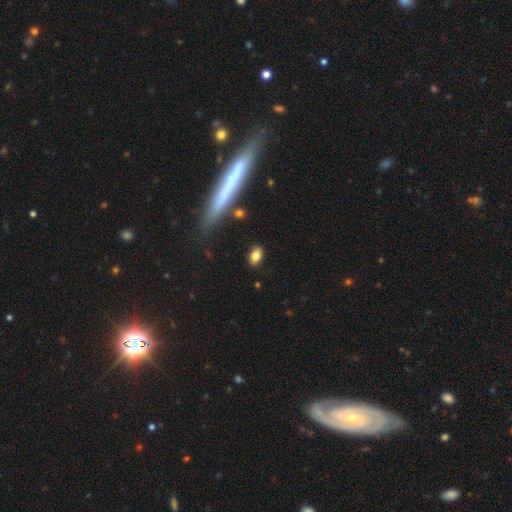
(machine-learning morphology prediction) smooth-or-featured: smooth: 81% | featured or disk: 10% | star or artifact: 9%
  how-rounded: in between: 82% | round: 14% | cigar-shaped: 3%
  merging: none: 85% | minor disturbance: 11% | major disturbance: 3% | merger: 2%